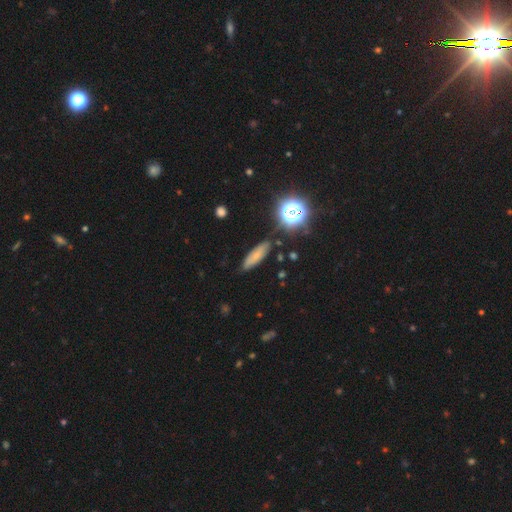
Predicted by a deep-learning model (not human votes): Smooth or featured? smooth (64%)
How rounded? cigar-shaped (49%)
Merging? none (81%)